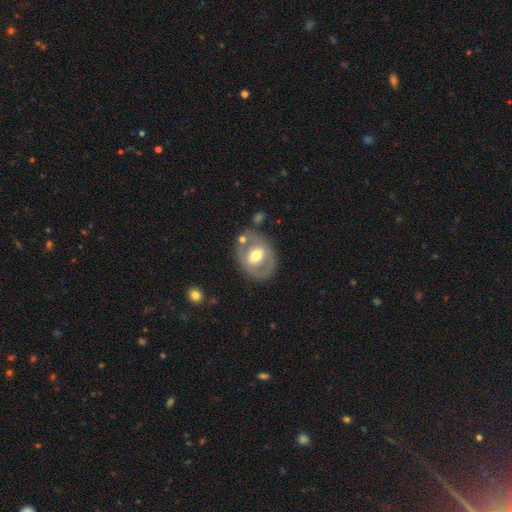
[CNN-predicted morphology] Overall: featured or disk (57%; smooth 37%). Edge-on disk: no (93%). Bar: no (39%; weak 38%). Spiral arms: no (74%). Bulge size: moderate (70%). Merging: none (68%).